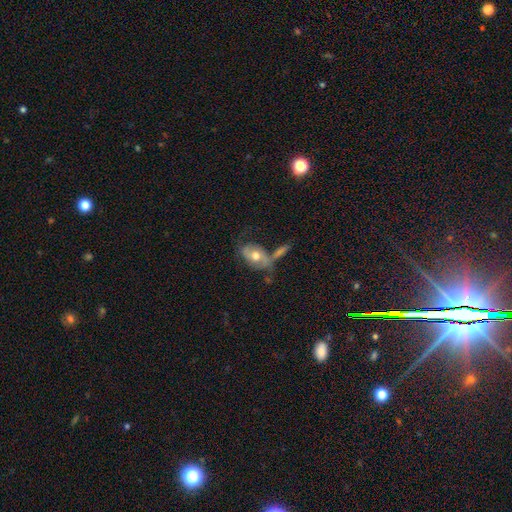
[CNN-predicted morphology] type=smooth (47%); merging=none (42%).